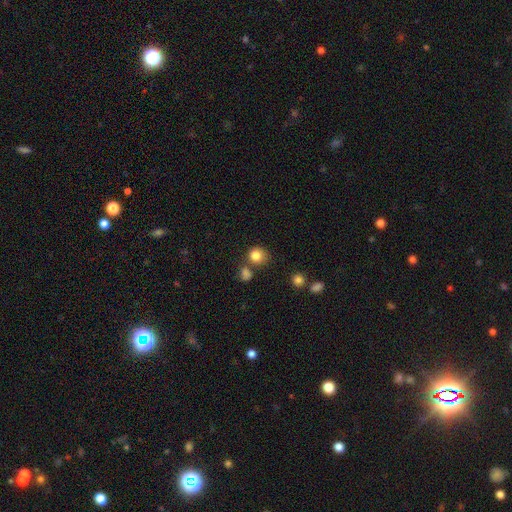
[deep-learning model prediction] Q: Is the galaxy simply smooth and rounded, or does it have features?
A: smooth — 83%.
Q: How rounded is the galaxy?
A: round — 86%.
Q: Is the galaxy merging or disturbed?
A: none — 69%.